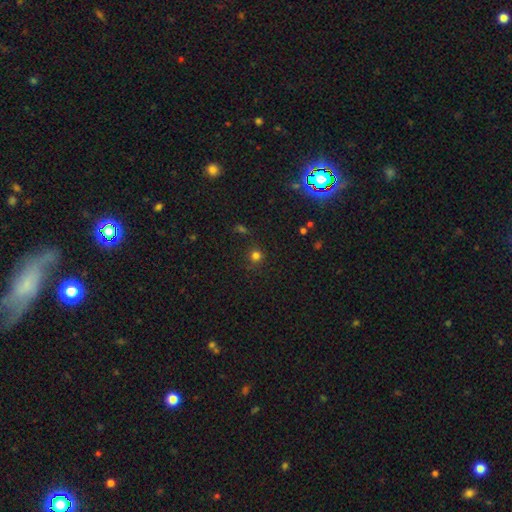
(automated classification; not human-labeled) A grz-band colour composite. It shows a smooth galaxy with no disk features (75%) that is round (92%). Merging: none (84%).